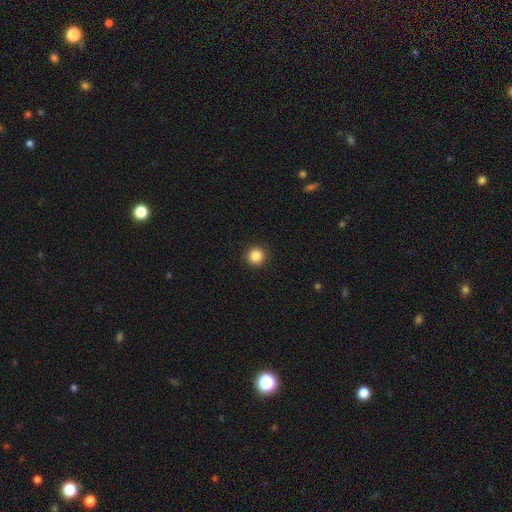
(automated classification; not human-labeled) Smooth or featured?
  - smooth: 87% *
  - star or artifact: 10%
  - featured or disk: 3%
How rounded?
  - round: 95% *
  - in between: 4%
  - cigar-shaped: 1%
Merging?
  - none: 92% *
  - minor disturbance: 5%
  - major disturbance: 2%
  - merger: 1%